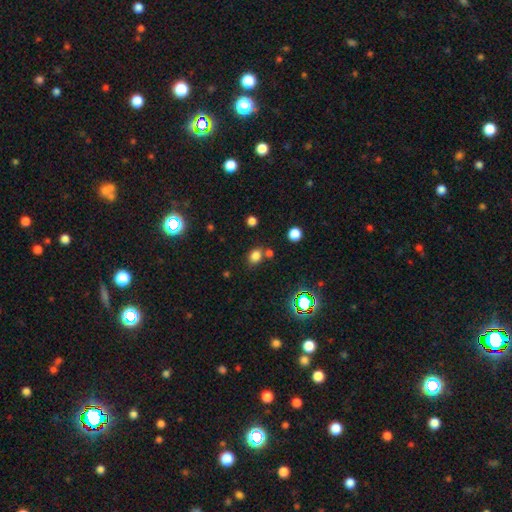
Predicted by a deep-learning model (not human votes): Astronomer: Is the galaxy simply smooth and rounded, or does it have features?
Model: smooth — 76%.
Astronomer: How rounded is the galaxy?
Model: in between — 51% (runner-up: round, 48%).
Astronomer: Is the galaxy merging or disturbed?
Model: none — 69%.